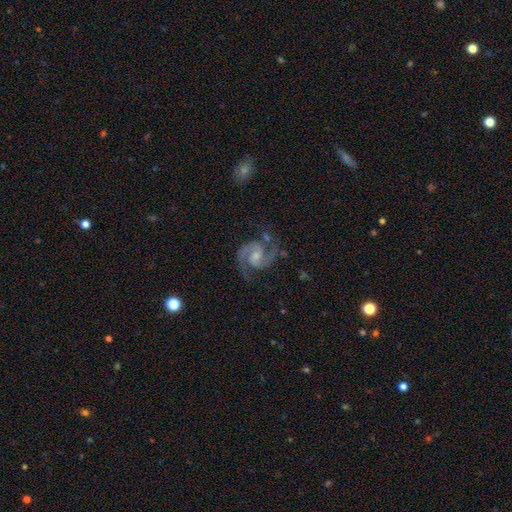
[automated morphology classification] smooth-or-featured: featured or disk: 93% | star or artifact: 4% | smooth: 3%
  disk-edge-on: no: 98% | yes: 2%
    bar: no: 50% | weak: 40% | strong: 10%
    has-spiral-arms: yes: 99% | no: 1%
      spiral-winding: medium: 64% | tight: 24% | loose: 12%
      spiral-arm-count: 2: 94% | 3: 2% | can't tell: 2% | 1: 1% | 4: 1% | more than 4: 1%
    bulge-size: small: 49% | moderate: 39% | none: 8% | large: 3% | dominant: 1%
  merging: none: 76% | minor disturbance: 15% | major disturbance: 7% | merger: 3%